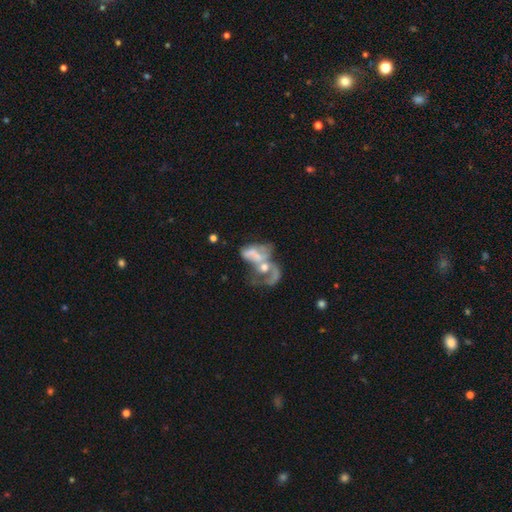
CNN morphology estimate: A featured or disk galaxy (57%) with no bar (79%), no spiral arms (65%) and a moderate central bulge (37%). Merging: merger (67%).